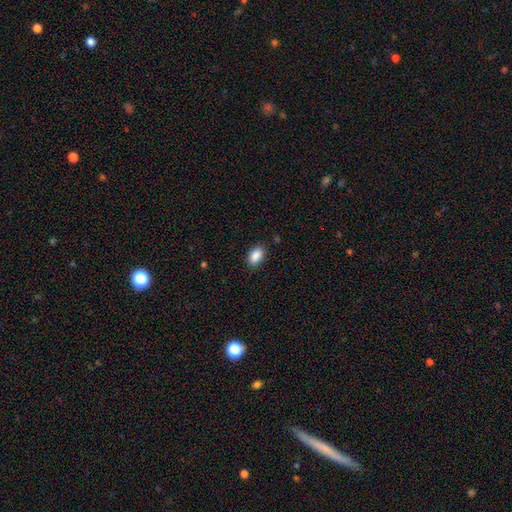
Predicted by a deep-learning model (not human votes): smooth-or-featured: smooth: 89% | star or artifact: 8% | featured or disk: 3%
  how-rounded: in between: 92% | round: 6% | cigar-shaped: 2%
  merging: none: 86% | minor disturbance: 11% | major disturbance: 2% | merger: 1%